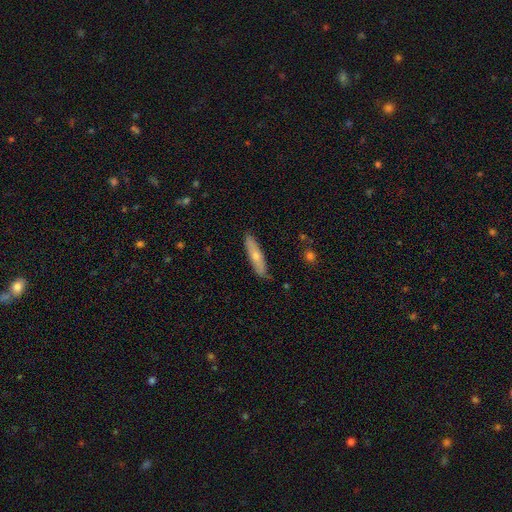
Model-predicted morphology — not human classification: smooth 57%, featured or disk 37%, star or artifact 6%. Down the decision tree: how rounded — cigar-shaped (80%); merging — none (83%).